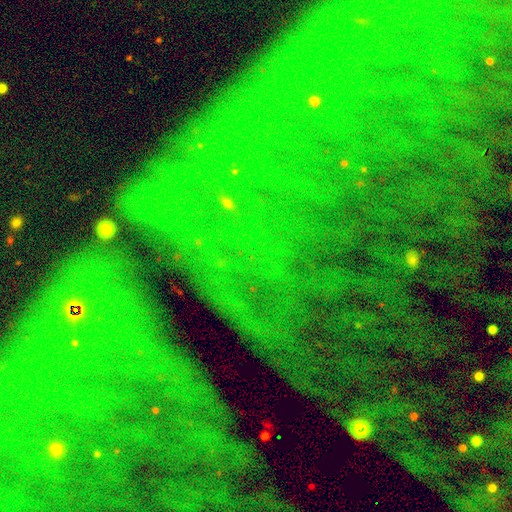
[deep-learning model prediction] The model was most divided on "smooth or featured": star or artifact: 84%, featured or disk: 8%, smooth: 8%.